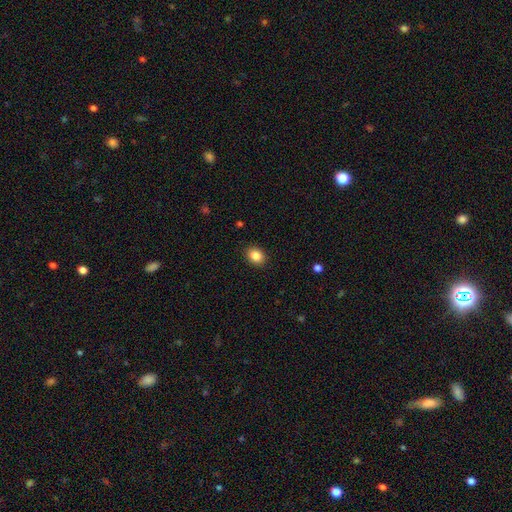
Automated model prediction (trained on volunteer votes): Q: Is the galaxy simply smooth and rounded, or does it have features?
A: smooth — 87%.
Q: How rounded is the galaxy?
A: in between — 52%.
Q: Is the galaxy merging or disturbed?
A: none — 90%.